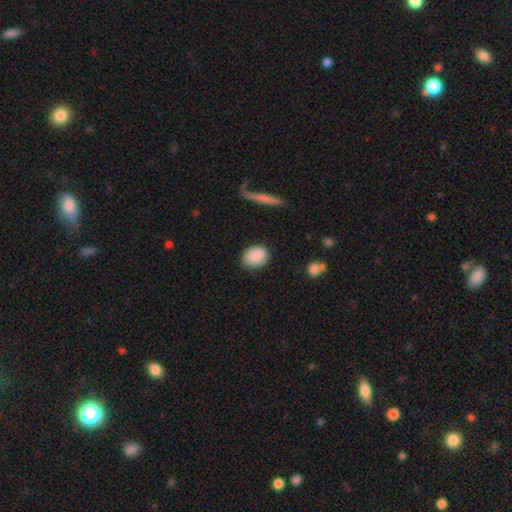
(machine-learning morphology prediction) Q: Smooth or featured?
A: smooth (88%); runner-up: star or artifact (7%)
Q: How rounded?
A: in between (55%); runner-up: round (43%)
Q: Merging?
A: none (85%); runner-up: minor disturbance (11%)